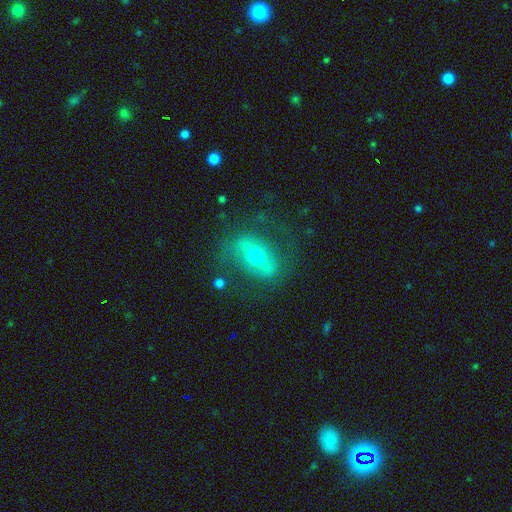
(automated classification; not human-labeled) Smooth or featured? featured or disk (70%)
Edge-on disk? no (65%)
Merging? none (75%)